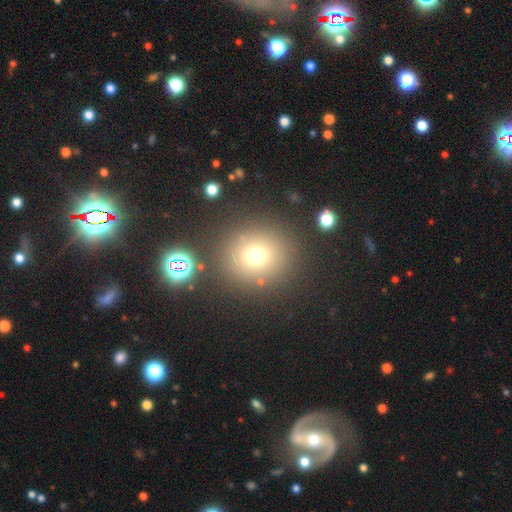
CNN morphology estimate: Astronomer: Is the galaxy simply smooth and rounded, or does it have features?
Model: smooth — 70%.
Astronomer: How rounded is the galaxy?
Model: round — 89%.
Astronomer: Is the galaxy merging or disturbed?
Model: none — 83%.